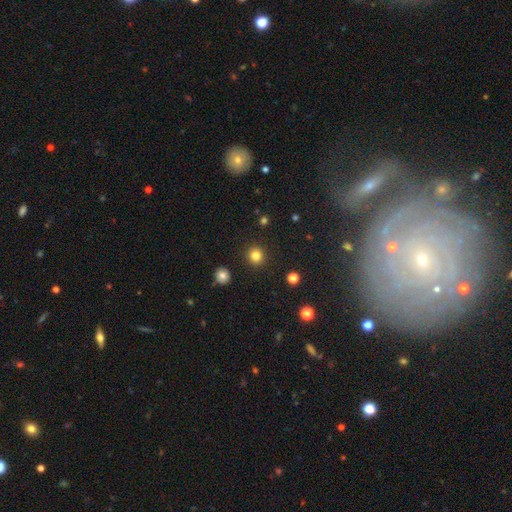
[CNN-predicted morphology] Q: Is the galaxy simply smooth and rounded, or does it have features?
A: smooth — 82%.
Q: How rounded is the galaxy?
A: round — 93%.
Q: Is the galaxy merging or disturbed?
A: none — 92%.